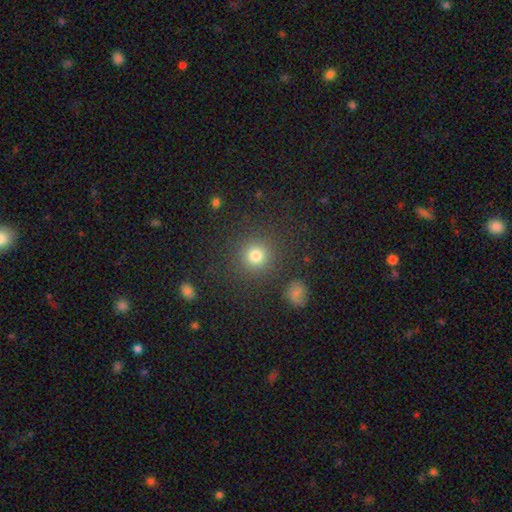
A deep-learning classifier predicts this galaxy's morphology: Smooth or featured: smooth — 79% (star or artifact — 15%)
How rounded: round — 92% (in between — 7%)
Merging: none — 86% (minor disturbance — 7%)